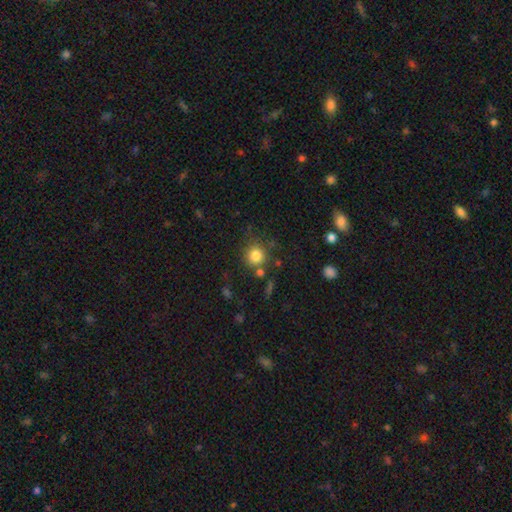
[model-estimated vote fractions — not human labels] smooth 81%, star or artifact 12%, featured or disk 7%. Down the decision tree: how rounded — round (91%); merging — none (75%).